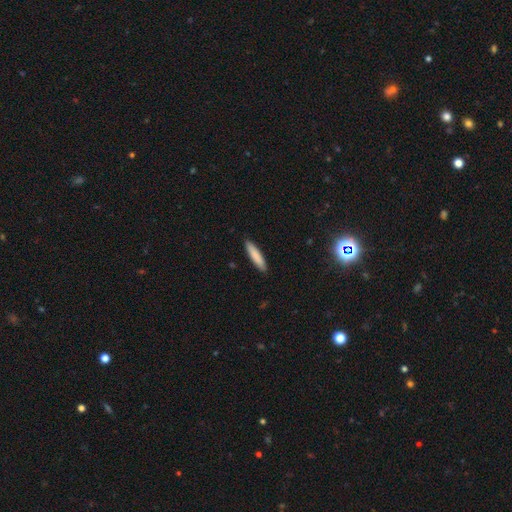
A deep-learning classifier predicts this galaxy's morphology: Q: Smooth or featured?
A: smooth (85%); runner-up: featured or disk (9%)
Q: How rounded?
A: cigar-shaped (83%); runner-up: in between (16%)
Q: Merging?
A: none (90%); runner-up: minor disturbance (7%)